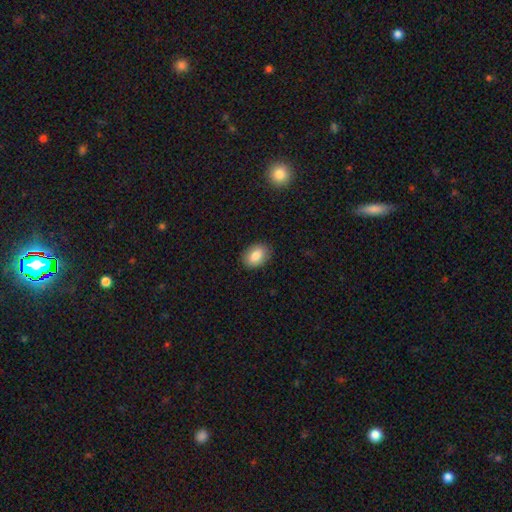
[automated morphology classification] This is clearly a smooth galaxy (84%). How rounded: likely in between (80%). Merging: clearly none (88%).